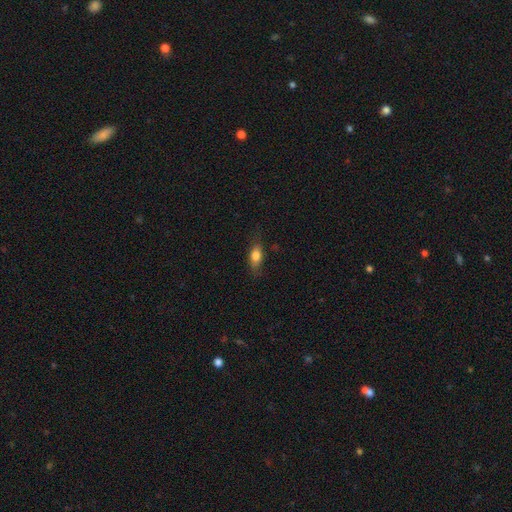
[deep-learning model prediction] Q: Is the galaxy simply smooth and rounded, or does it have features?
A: smooth — 76%.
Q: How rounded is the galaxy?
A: in between — 77%.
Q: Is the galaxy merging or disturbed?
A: none — 75%.